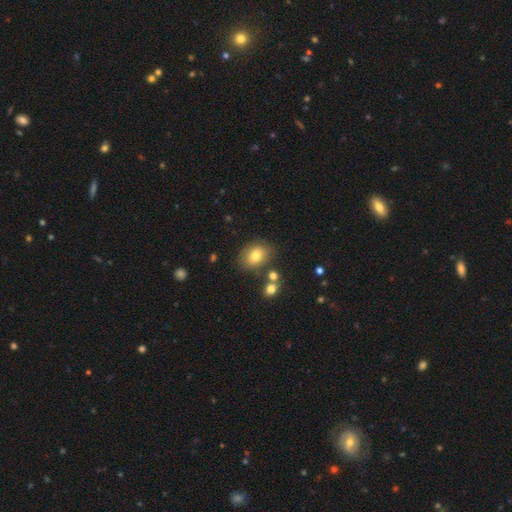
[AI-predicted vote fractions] Morphology: type=smooth (78%); roundness=in between (63%); merging=none (75%).